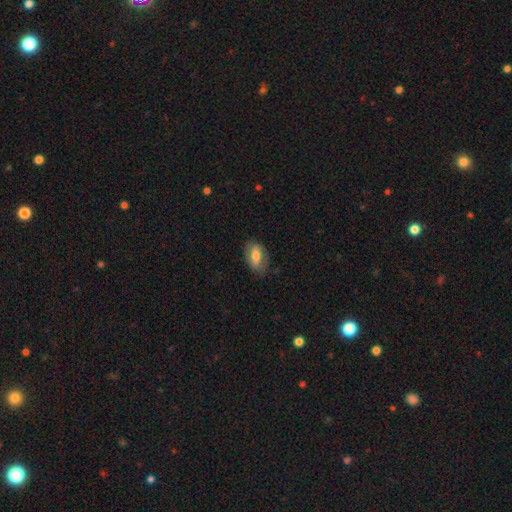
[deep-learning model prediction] Smooth or featured: smooth — 54% (featured or disk — 39%)
How rounded: in between — 86% (round — 9%)
Merging: none — 74% (minor disturbance — 19%)